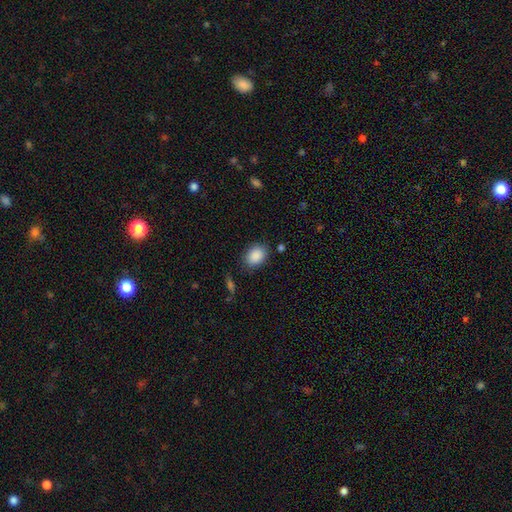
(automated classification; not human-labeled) Smooth or featured? smooth (89%)
How rounded? in between (70%)
Merging? none (82%)